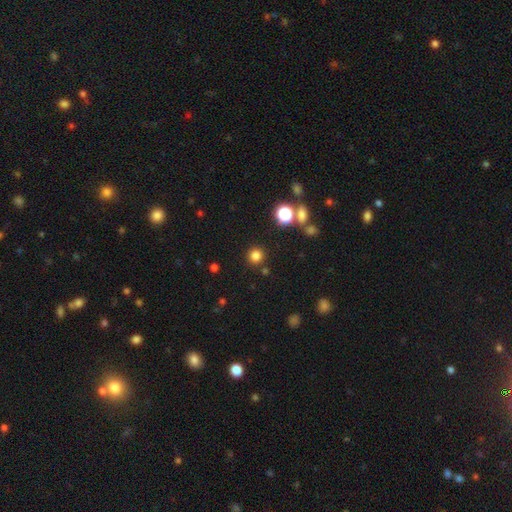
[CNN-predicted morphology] Overall: smooth (79%). How rounded: round (94%). Merging: none (89%).